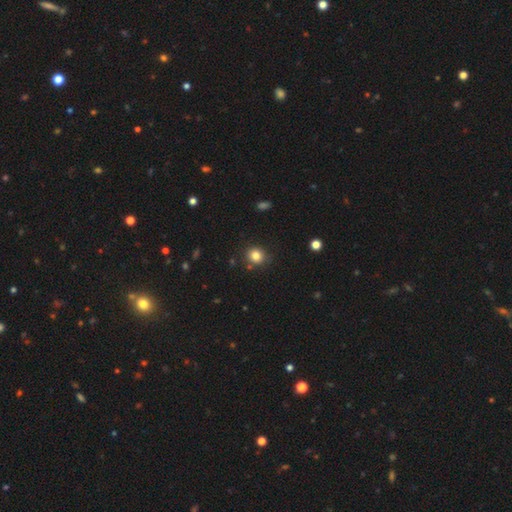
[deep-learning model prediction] Smooth or featured: smooth — 82% (star or artifact — 12%)
How rounded: round — 84% (in between — 15%)
Merging: none — 84% (minor disturbance — 10%)